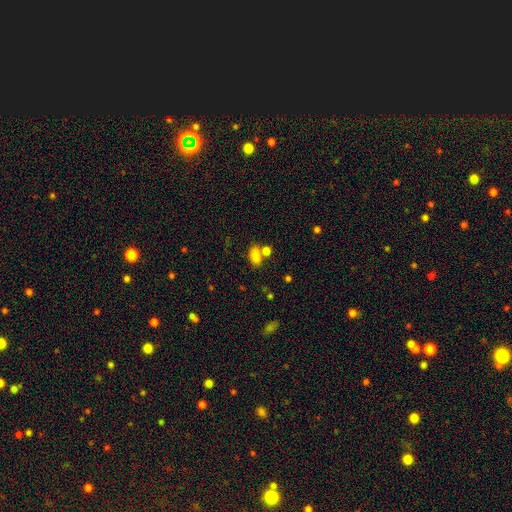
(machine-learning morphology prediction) smooth 83%, star or artifact 11%, featured or disk 7%. Down the decision tree: how rounded — in between (88%); merging — none (54%).